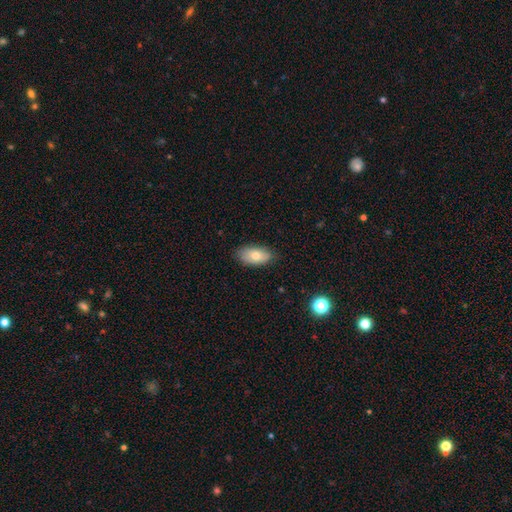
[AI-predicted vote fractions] smooth 73%, featured or disk 19%, star or artifact 7%. Down the decision tree: how rounded — in between (92%); merging — none (81%).